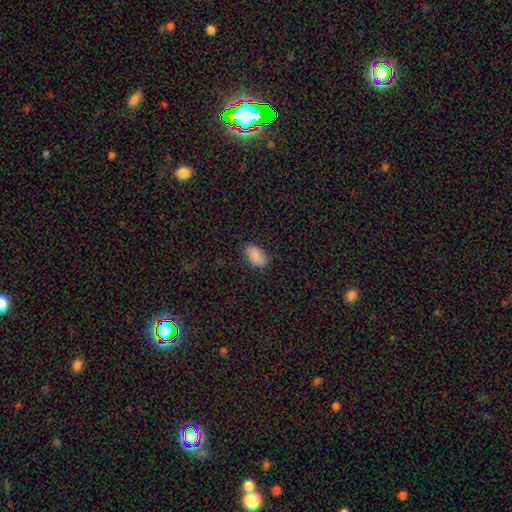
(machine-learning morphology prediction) Overall: smooth (89%). How rounded: in between (94%). Merging: none (85%).